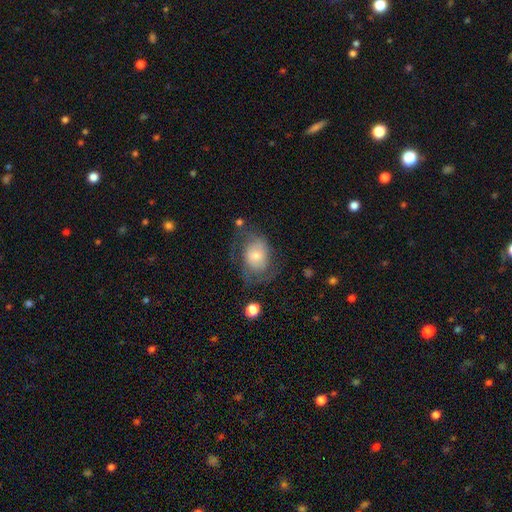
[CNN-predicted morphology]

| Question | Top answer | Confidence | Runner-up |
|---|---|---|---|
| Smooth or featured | smooth | 49% | featured or disk (43%) |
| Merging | none | 43% | major disturbance (29%) |